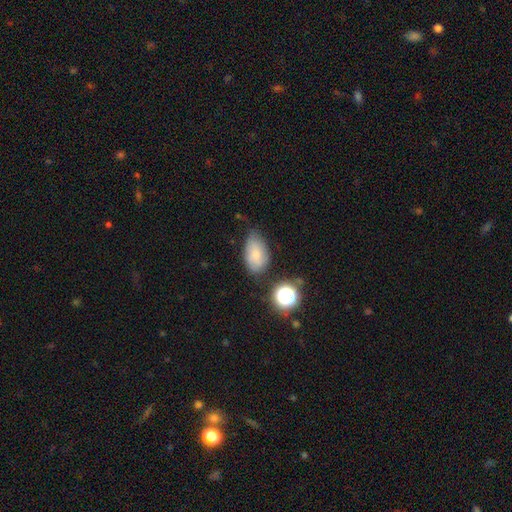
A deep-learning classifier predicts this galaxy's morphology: Overall: smooth (74%). How rounded: in between (88%). Merging: none (55%; minor disturbance 32%).